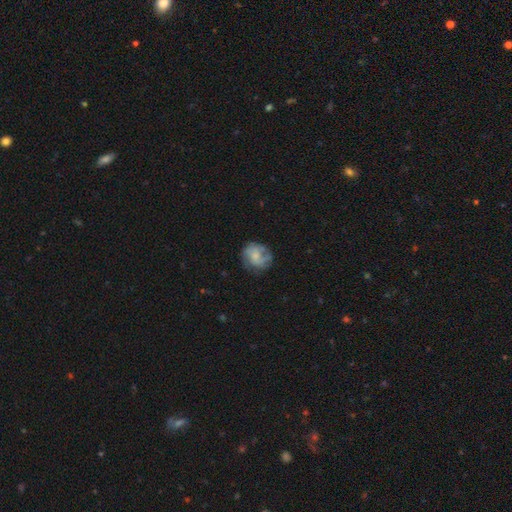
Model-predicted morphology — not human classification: smooth-or-featured: featured or disk: 51% | smooth: 41% | star or artifact: 8%
  disk-edge-on: no: 98% | yes: 2%
    bar: no: 75% | weak: 22% | strong: 3%
    has-spiral-arms: yes: 71% | no: 29%
    bulge-size: small: 36% | moderate: 34% | none: 22% | large: 7% | dominant: 2%
  merging: none: 63% | minor disturbance: 22% | major disturbance: 13% | merger: 2%